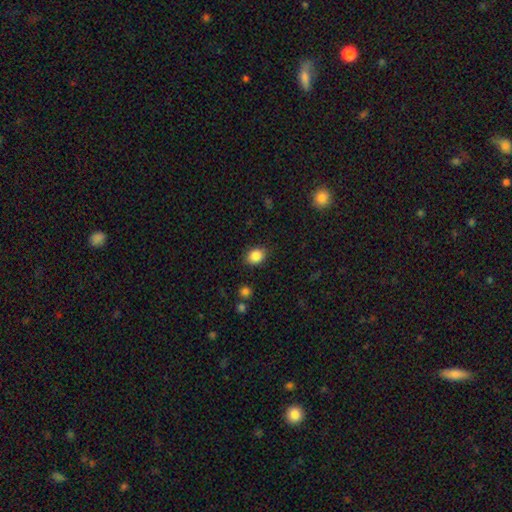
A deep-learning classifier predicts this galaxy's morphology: Overall: smooth (86%). How rounded: in between (50%; round 49%). Merging: none (85%).